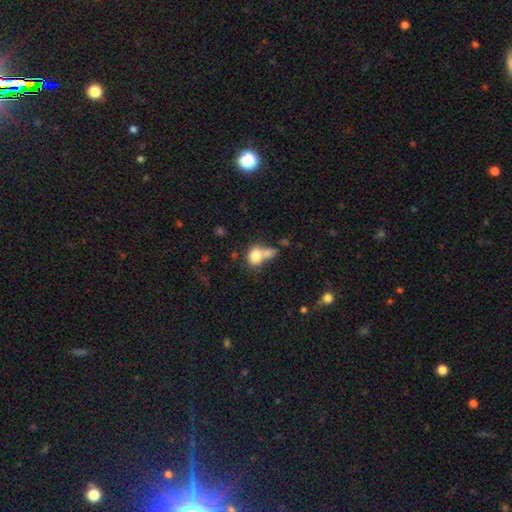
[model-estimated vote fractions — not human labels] Smooth or featured?
  - smooth: 77% *
  - featured or disk: 13%
  - star or artifact: 10%
How rounded?
  - round: 52% *
  - in between: 46%
  - cigar-shaped: 2%
Merging?
  - merger: 54% *
  - none: 29%
  - minor disturbance: 10%
  - major disturbance: 7%